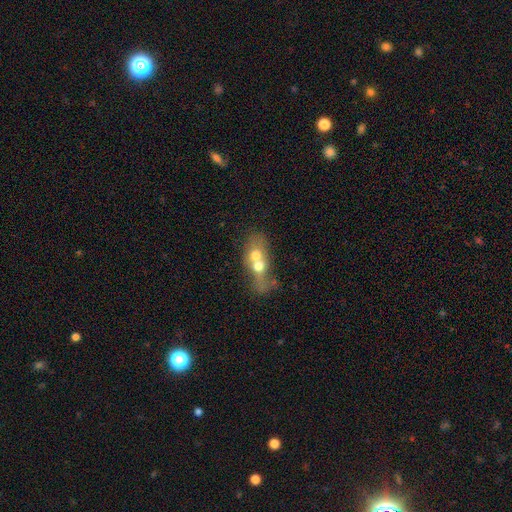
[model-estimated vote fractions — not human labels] This appears to be a smooth galaxy with no disk features (56%) that is in between round and cigar-shaped (58%). Merging: merger (75%).